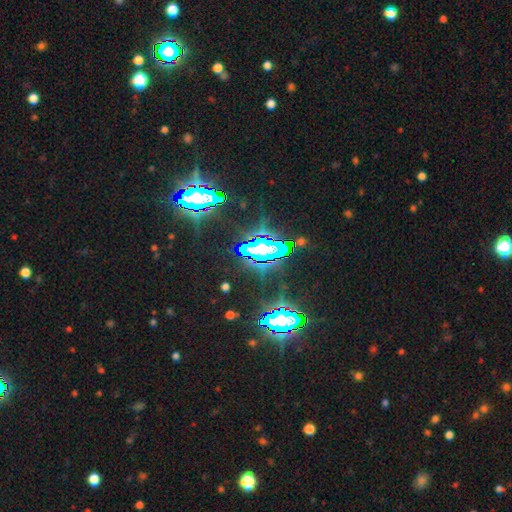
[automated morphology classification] The model was most divided on "smooth or featured": star or artifact: 79%, featured or disk: 11%, smooth: 10%.